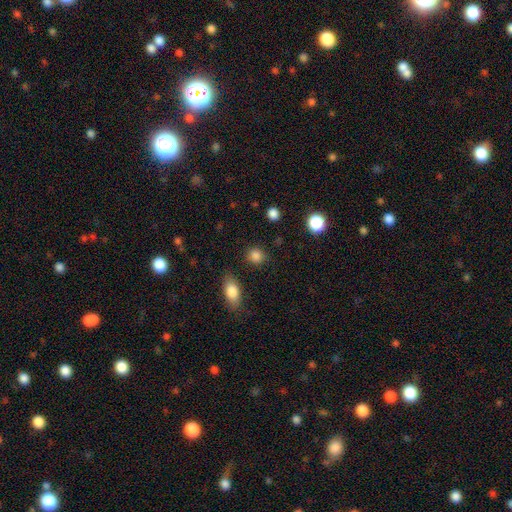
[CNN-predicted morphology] The model was most divided on "how rounded": round: 82%, in between: 17%, cigar-shaped: 1%. More confident: merging — none (86%); smooth or featured — smooth (86%).